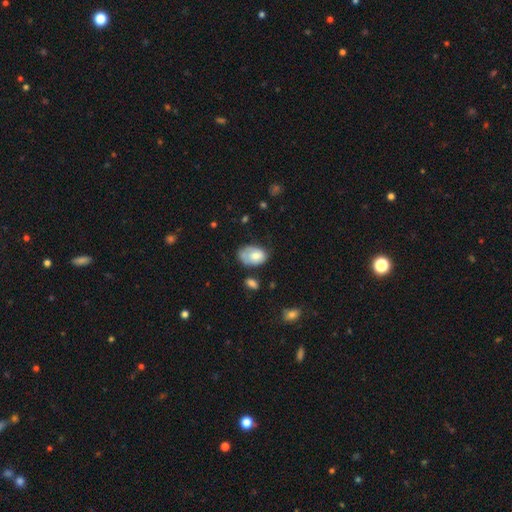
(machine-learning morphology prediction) A smooth galaxy with no disk features (71%) that is in between round and cigar-shaped (83%).

Vote fractions:
- Smooth or featured? smooth: 71% / featured or disk: 22% / star or artifact: 7%
- How rounded? in between: 83% / round: 15% / cigar-shaped: 1%
- Merging? none: 41% / minor disturbance: 36% / major disturbance: 17% / merger: 6%